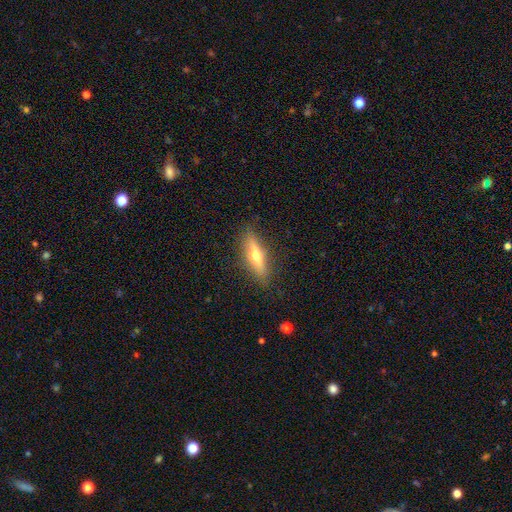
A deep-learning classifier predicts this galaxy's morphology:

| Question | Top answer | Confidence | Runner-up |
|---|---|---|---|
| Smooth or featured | featured or disk | 54% | smooth (40%) |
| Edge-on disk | yes | 90% | no (10%) |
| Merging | none | 87% | minor disturbance (10%) |